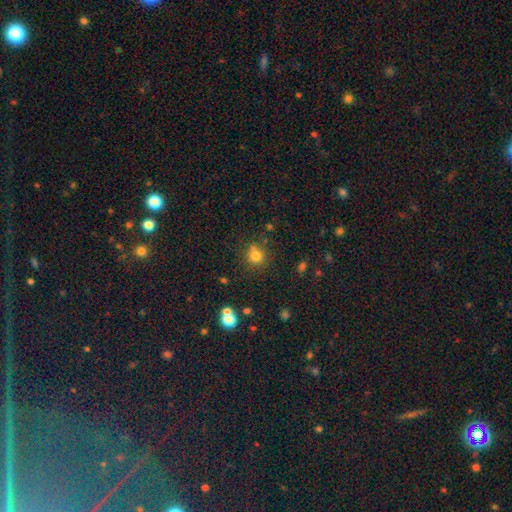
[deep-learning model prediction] Morphology: type=smooth (77%); roundness=round (89%); merging=none (74%).